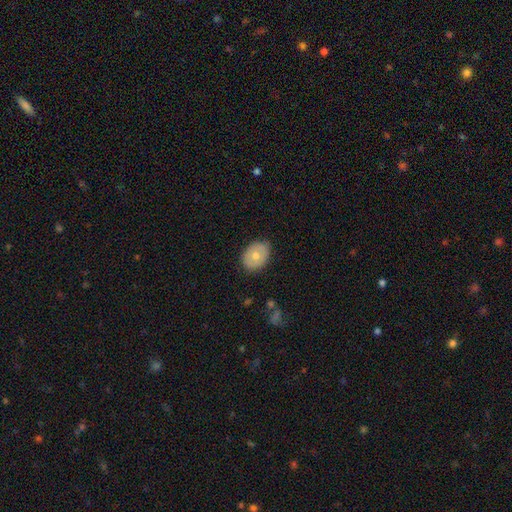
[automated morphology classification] smooth_or_featured: smooth (p=0.65) [alt: featured or disk p=0.29]
how_rounded: in between (p=0.68) [alt: round p=0.31]
merging: none (p=0.84) [alt: minor disturbance p=0.13]